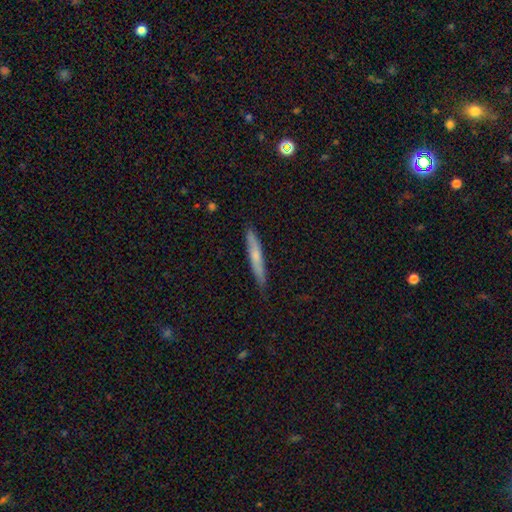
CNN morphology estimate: smooth_or_featured: smooth (p=0.60) [alt: featured or disk p=0.34]
how_rounded: cigar-shaped (p=0.95) [alt: in between p=0.04]
merging: none (p=0.82) [alt: minor disturbance p=0.14]